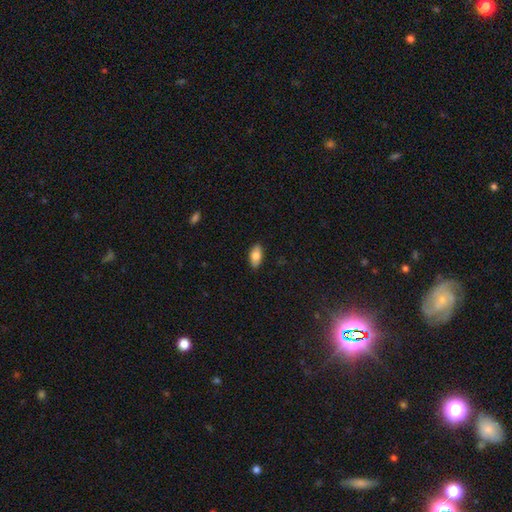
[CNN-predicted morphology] type=smooth (78%); roundness=in between (89%); merging=none (87%).